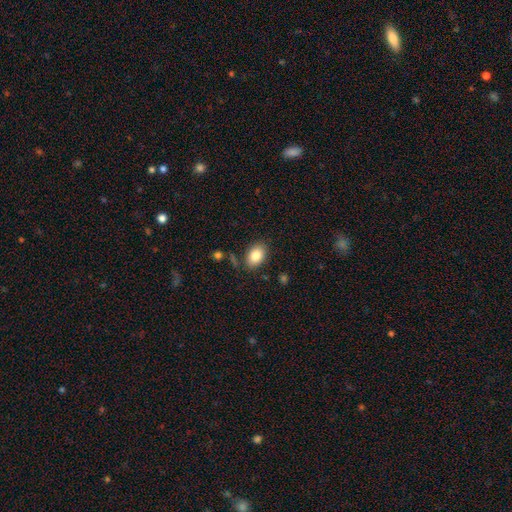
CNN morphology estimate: The model was most divided on "how rounded": in between: 83%, round: 16%, cigar-shaped: 1%. More confident: smooth or featured — smooth (84%); merging — none (82%).